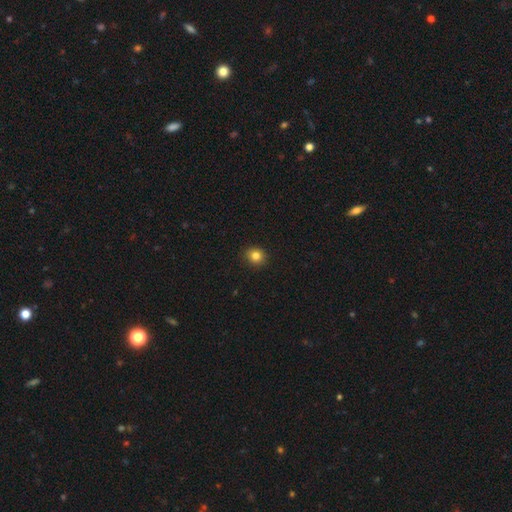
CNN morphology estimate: Q: Smooth or featured?
A: smooth (82%); runner-up: star or artifact (12%)
Q: How rounded?
A: round (79%); runner-up: in between (20%)
Q: Merging?
A: none (91%); runner-up: minor disturbance (6%)